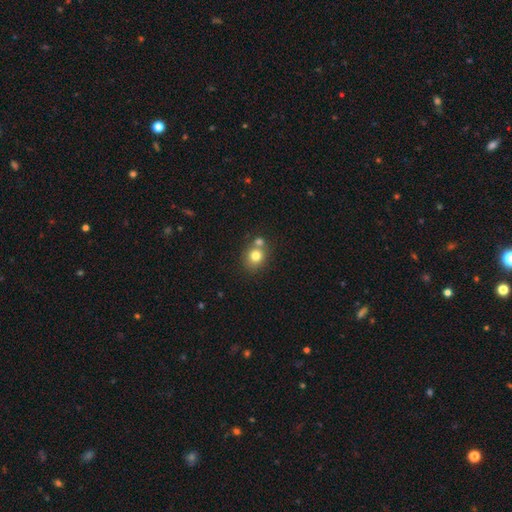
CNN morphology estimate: Smooth or featured? Predicted: smooth (p=0.78). How rounded? Predicted: round (p=0.75). Merging? Predicted: none (p=0.53).